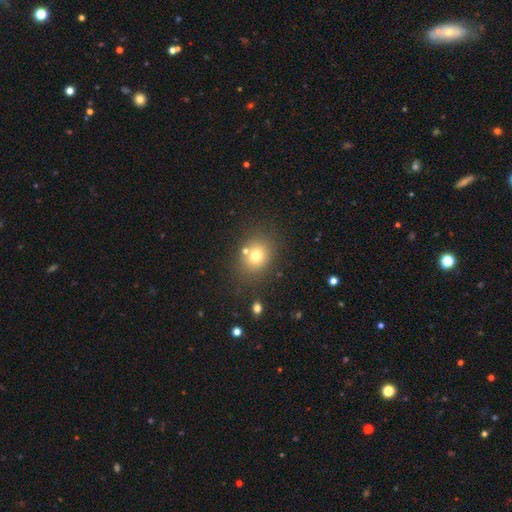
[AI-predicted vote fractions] The model was most divided on "how rounded": round: 63%, in between: 36%, cigar-shaped: 1%. More confident: merging — none (75%); smooth or featured — smooth (72%).